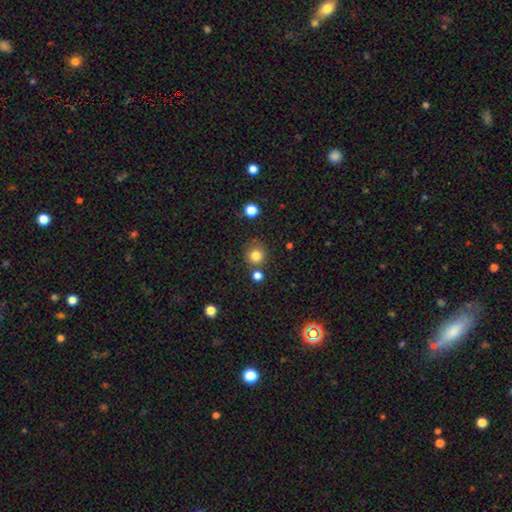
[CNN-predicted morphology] type=smooth (82%); roundness=round (91%); merging=none (77%).